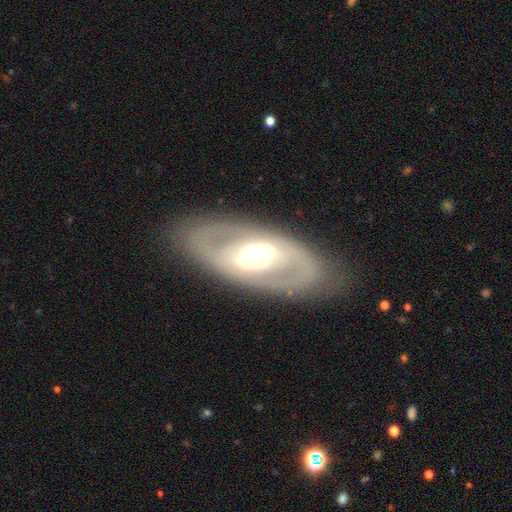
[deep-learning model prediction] The model was most divided on "bar" (2-way tie): weak: 34%, strong: 34%, no: 32%. More confident: edge-on disk — no (88%); merging — none (82%); smooth or featured — featured or disk (74%); bulge size — moderate (56%); spiral arms — no (52%).